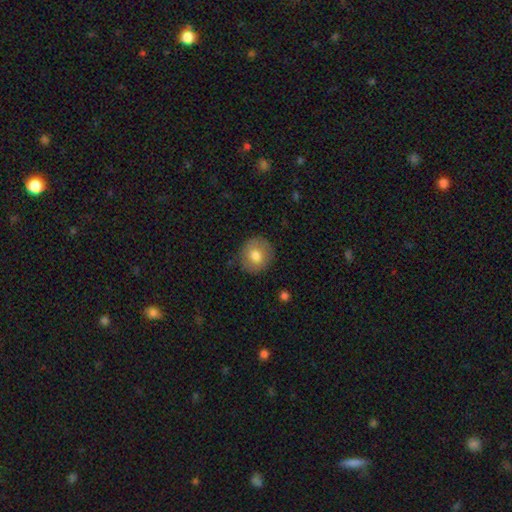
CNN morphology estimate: type=smooth (77%); roundness=round (87%); merging=none (83%).